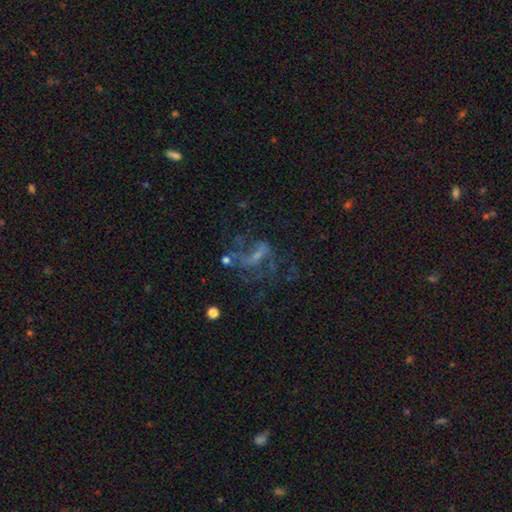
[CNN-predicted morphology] type=featured or disk (57%); edge-on=no (96%); bar=no (52%); spiral arms=no (56%); bulge=none (46%); merging=major disturbance (42%).